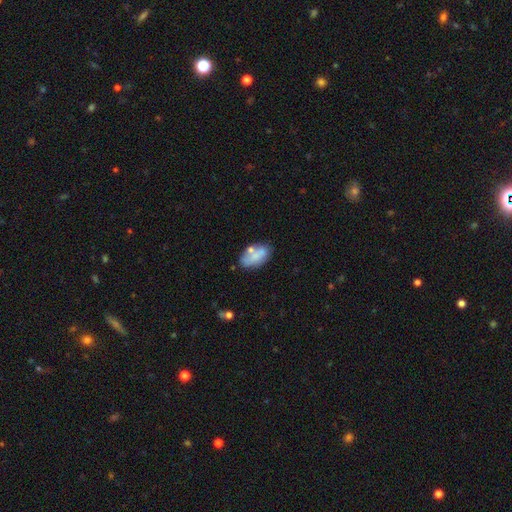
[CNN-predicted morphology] Overall: smooth (66%; featured or disk 27%). How rounded: in between (92%). Merging: none (56%; minor disturbance 21%).